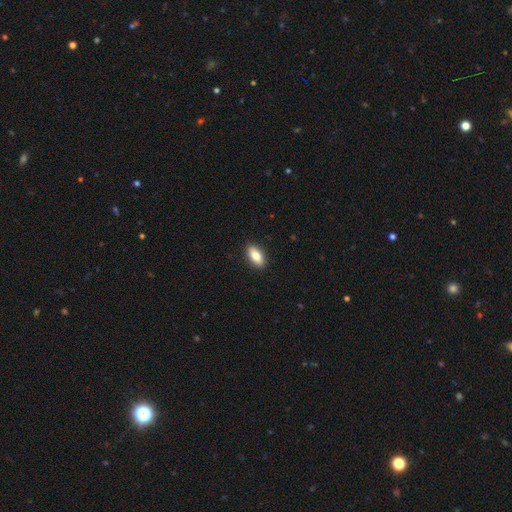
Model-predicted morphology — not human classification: The model was most divided on "smooth or featured": smooth: 83%, featured or disk: 11%, star or artifact: 6%. More confident: merging — none (90%); how rounded — in between (86%).